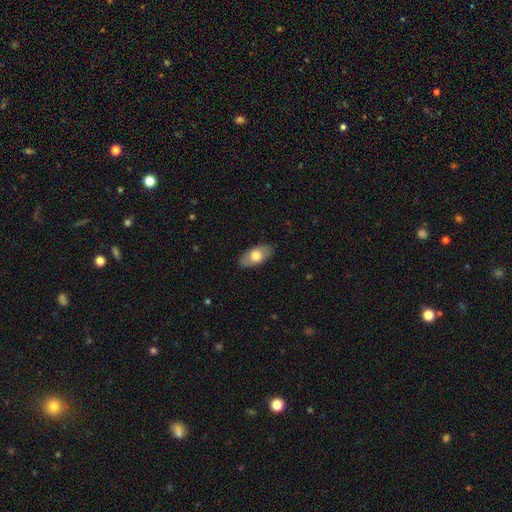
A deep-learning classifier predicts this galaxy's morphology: type=smooth (68%); roundness=in between (92%); merging=none (86%).